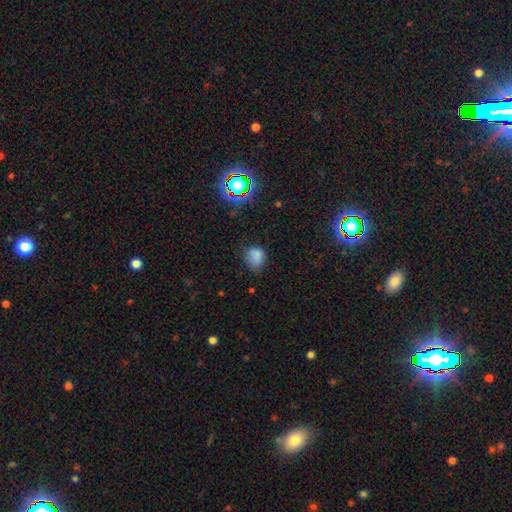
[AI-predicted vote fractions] smooth 74%, star or artifact 18%, featured or disk 8%. Down the decision tree: how rounded — round (52%); merging — none (55%).